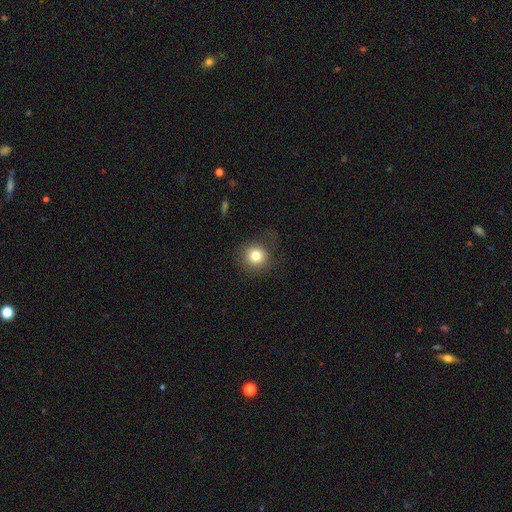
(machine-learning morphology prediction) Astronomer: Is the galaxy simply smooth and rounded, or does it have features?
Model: smooth — 79%.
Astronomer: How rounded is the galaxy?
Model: round — 92%.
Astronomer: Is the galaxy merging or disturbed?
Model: none — 79%.